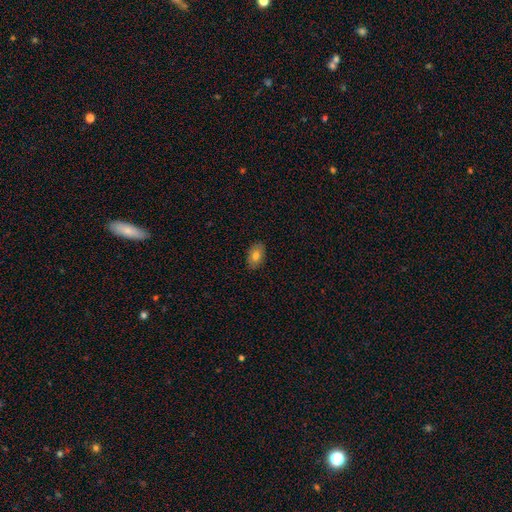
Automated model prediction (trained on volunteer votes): Morphology: type=smooth (79%); roundness=in between (87%); merging=none (88%).